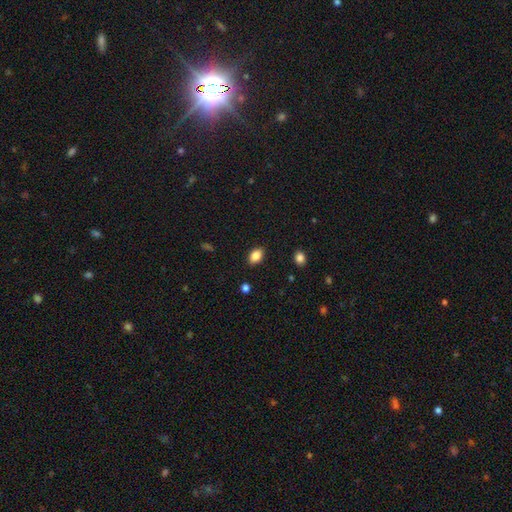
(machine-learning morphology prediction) The model was most divided on "how rounded": in between: 85%, round: 14%, cigar-shaped: 2%. More confident: merging — none (87%); smooth or featured — smooth (86%).